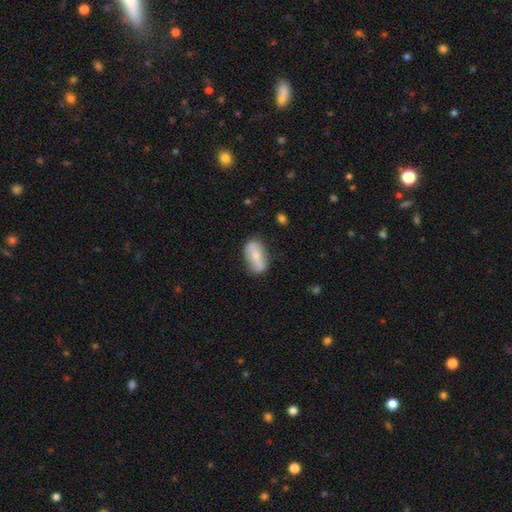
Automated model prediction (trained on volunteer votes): This appears to be a smooth galaxy with no disk features (52%) that is in between round and cigar-shaped (85%). Merging: none (69%).